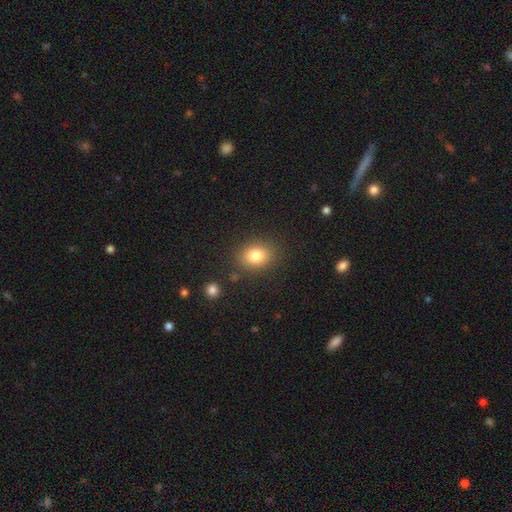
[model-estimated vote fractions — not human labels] Overall: smooth (81%). How rounded: in between (51%; round 48%). Merging: none (83%).